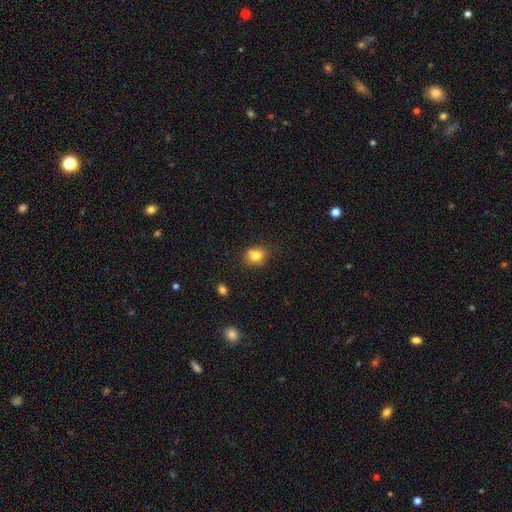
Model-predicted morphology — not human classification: smooth_or_featured: smooth (p=0.78) [alt: star or artifact p=0.12]
how_rounded: round (p=0.59) [alt: in between p=0.40]
merging: none (p=0.66) [alt: minor disturbance p=0.22]